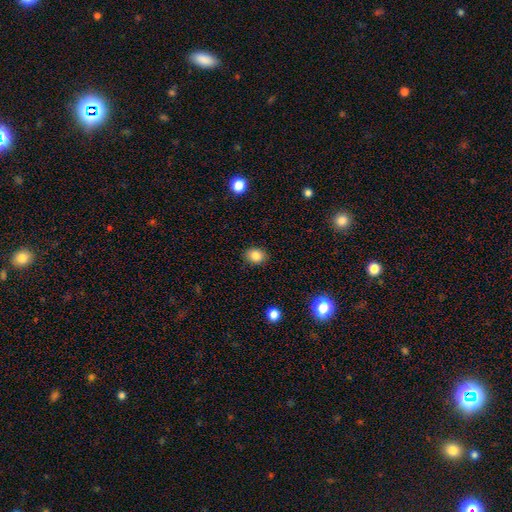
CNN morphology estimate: smooth 85%, star or artifact 10%, featured or disk 5%. Down the decision tree: how rounded — round (53%); merging — none (87%).